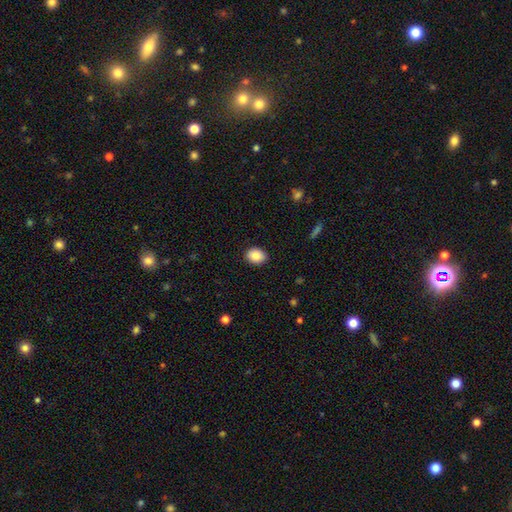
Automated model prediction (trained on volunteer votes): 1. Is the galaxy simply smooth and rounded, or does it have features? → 87% smooth, 8% star or artifact, 5% featured or disk.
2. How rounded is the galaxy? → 61% in between, 38% round, 1% cigar-shaped.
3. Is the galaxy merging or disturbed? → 89% none, 8% minor disturbance, 2% major disturbance, 1% merger.